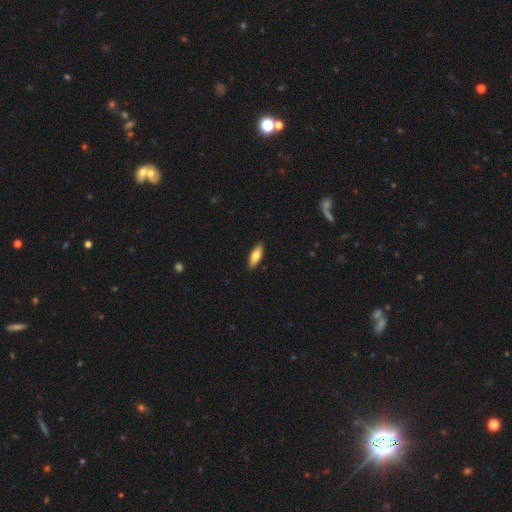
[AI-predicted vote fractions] Smooth or featured? Predicted: smooth (p=0.74). How rounded? Predicted: in between (p=0.66). Merging? Predicted: none (p=0.90).